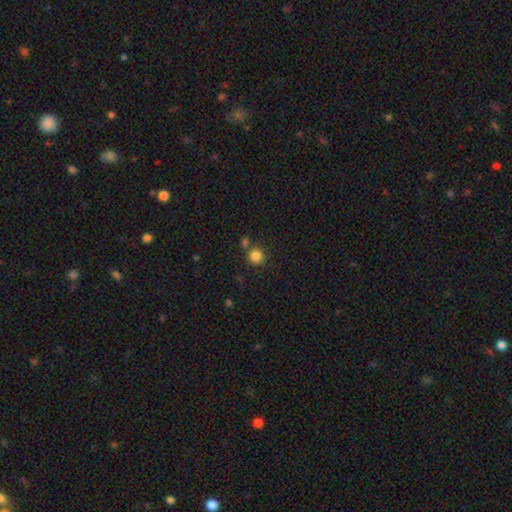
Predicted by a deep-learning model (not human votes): smooth_or_featured: smooth (p=0.84) [alt: star or artifact p=0.12]
how_rounded: round (p=0.93) [alt: in between p=0.06]
merging: none (p=0.73) [alt: merger p=0.16]